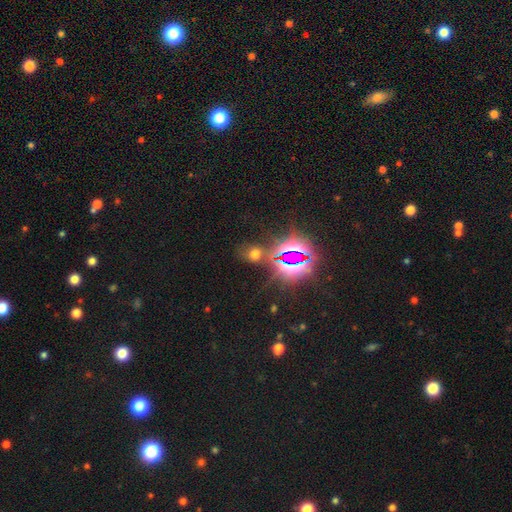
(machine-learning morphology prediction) This is possibly a star or artifact rather than a galaxy (47%).